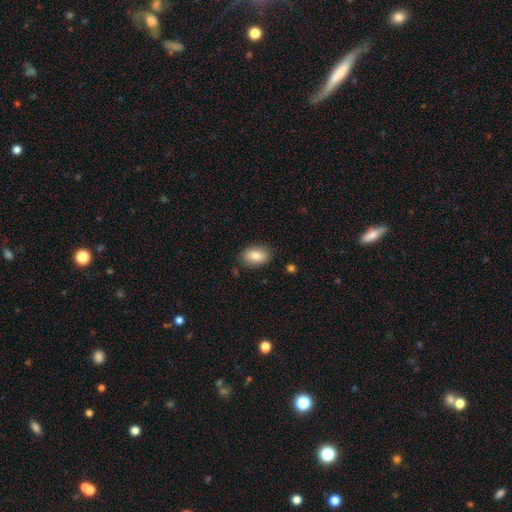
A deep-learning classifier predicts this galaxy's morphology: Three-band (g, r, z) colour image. It shows a smooth galaxy with no disk features (83%) that is in between round and cigar-shaped (87%). Merging: none (84%).